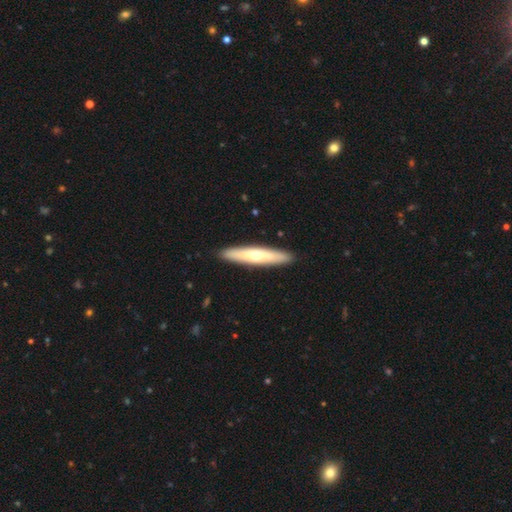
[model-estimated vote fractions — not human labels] This is possibly a featured or disk galaxy (50%). Merging: clearly none (91%).